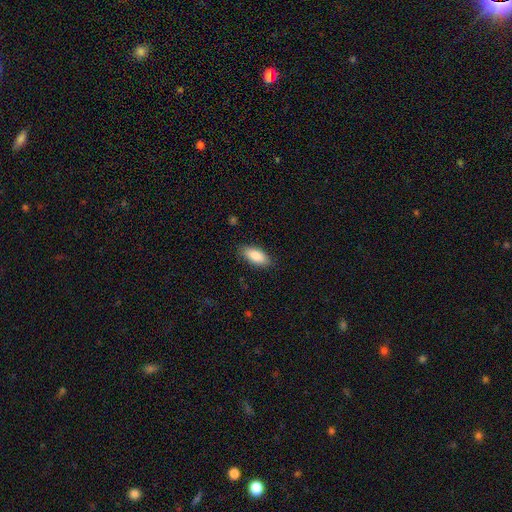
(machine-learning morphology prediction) A smooth galaxy with no disk features (87%) that is in between round and cigar-shaped (84%). Merging: none (86%).